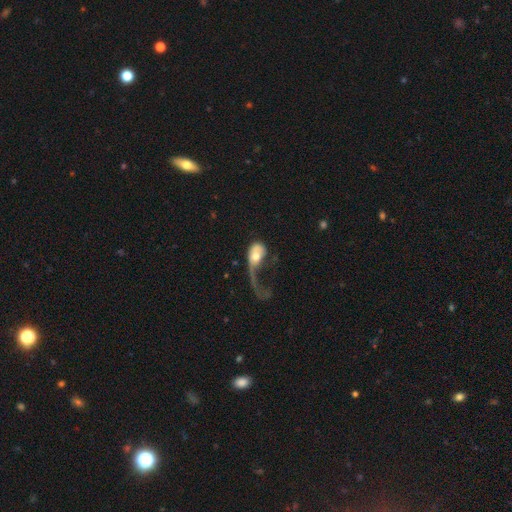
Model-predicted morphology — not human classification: smooth_or_featured: smooth (p=0.50) [alt: featured or disk p=0.43]
how_rounded: in between (p=0.71) [alt: round p=0.25]
merging: major disturbance (p=0.71) [alt: none p=0.12]